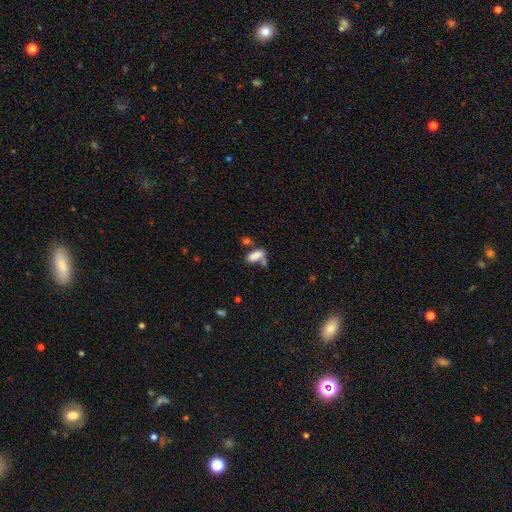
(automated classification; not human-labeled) smooth_or_featured: smooth (p=0.82) [alt: star or artifact p=0.09]
how_rounded: in between (p=0.81) [alt: cigar-shaped p=0.15]
merging: none (p=0.43) [alt: merger p=0.30]